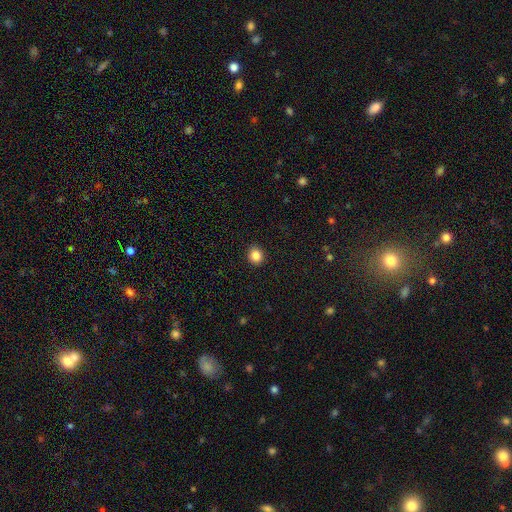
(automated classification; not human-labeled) This is clearly a smooth galaxy (86%). How rounded: likely round (75%). Merging: clearly none (91%).